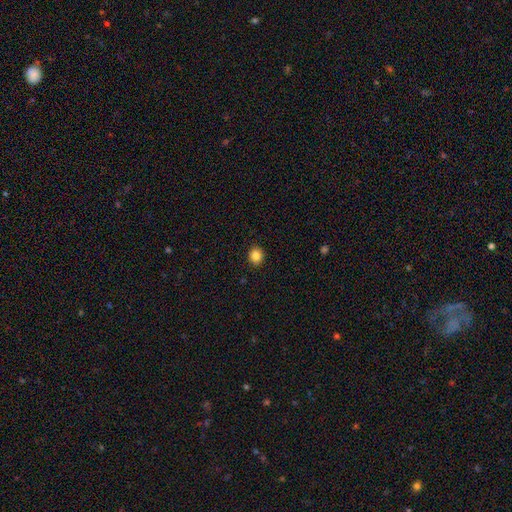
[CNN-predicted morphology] Smooth or featured? Predicted: smooth (p=0.85). How rounded? Predicted: round (p=0.70). Merging? Predicted: none (p=0.91).